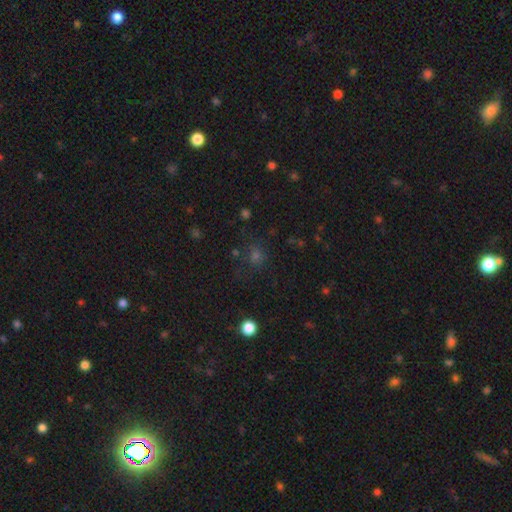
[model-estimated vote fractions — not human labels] smooth 51%, star or artifact 41%, featured or disk 8%. Down the decision tree: how rounded — round (84%); merging — none (76%).